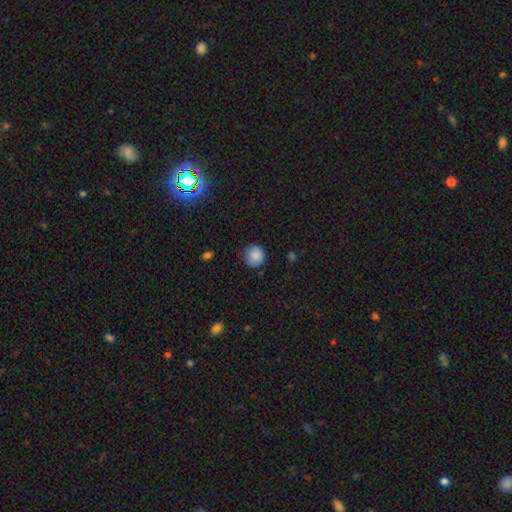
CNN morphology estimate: Smooth or featured? Predicted: smooth (p=0.86). How rounded? Predicted: round (p=0.92). Merging? Predicted: none (p=0.79).